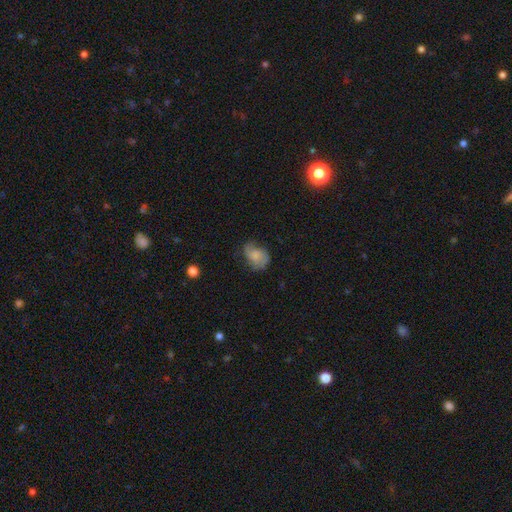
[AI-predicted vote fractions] A smooth galaxy with no disk features (62%) that is in between round and cigar-shaped (71%). Merging: none (50%).